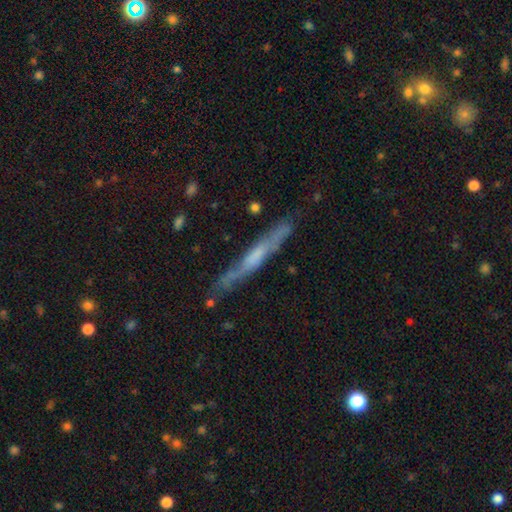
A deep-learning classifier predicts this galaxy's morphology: A featured or disk galaxy (62%) viewed edge-on (89%) with no central bulge (53%). Merging: none (80%).